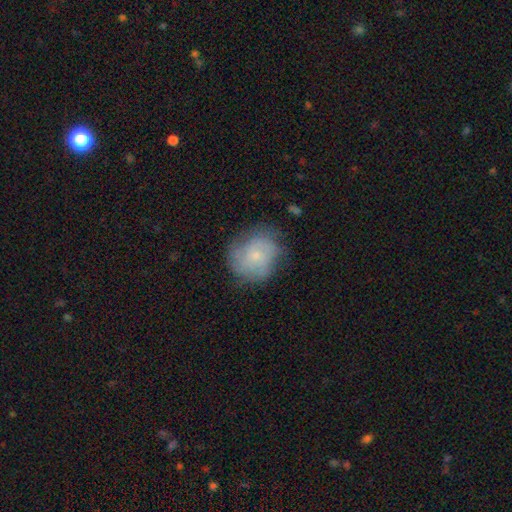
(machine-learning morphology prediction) This is possibly a smooth galaxy (53%). How rounded: likely round (76%). Merging: likely none (66%).